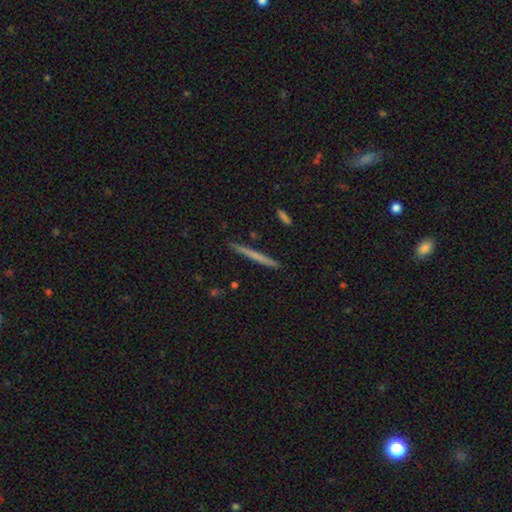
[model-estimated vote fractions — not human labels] Q: Smooth or featured?
A: smooth (58%); runner-up: featured or disk (37%)
Q: How rounded?
A: cigar-shaped (97%); runner-up: in between (2%)
Q: Merging?
A: none (91%); runner-up: minor disturbance (6%)